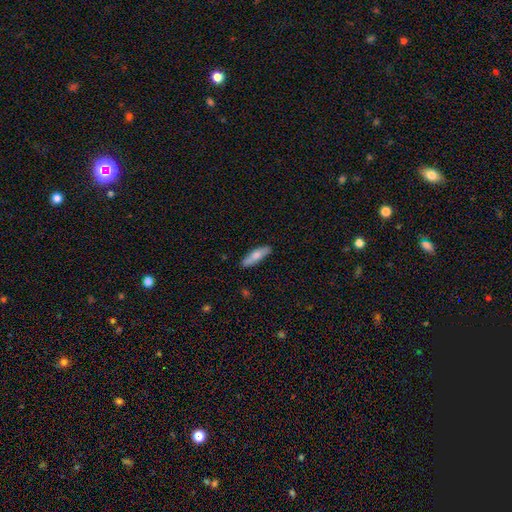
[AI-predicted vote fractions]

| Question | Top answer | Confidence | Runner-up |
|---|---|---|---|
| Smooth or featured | smooth | 72% | featured or disk (22%) |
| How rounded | cigar-shaped | 59% | in between (39%) |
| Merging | none | 84% | minor disturbance (12%) |